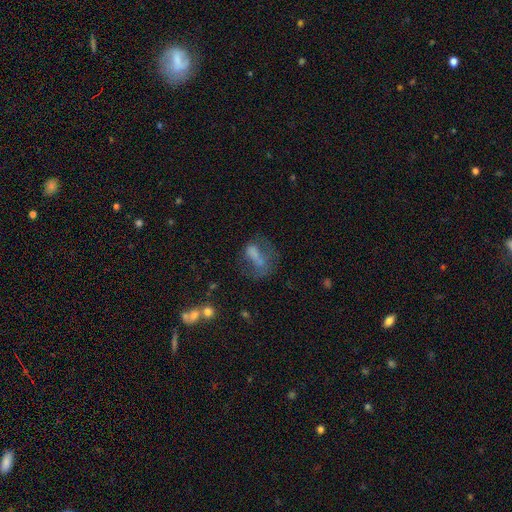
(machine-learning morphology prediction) The model was most divided on "merging": major disturbance: 41%, none: 32%, minor disturbance: 21%, merger: 6%. More confident: how rounded — in between (69%); smooth or featured — smooth (52%).